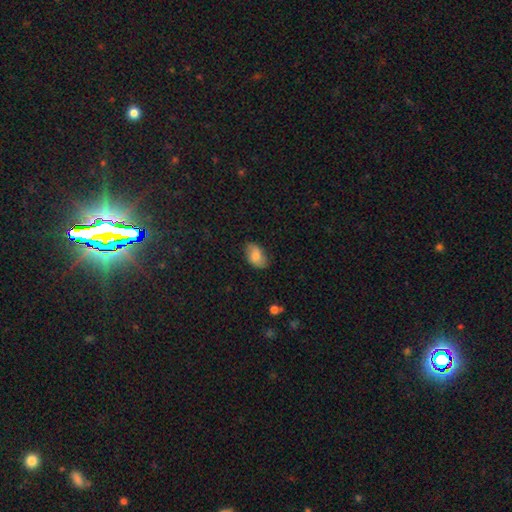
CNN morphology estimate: smooth 79%, featured or disk 14%, star or artifact 7%. Down the decision tree: how rounded — in between (91%); merging — none (75%).